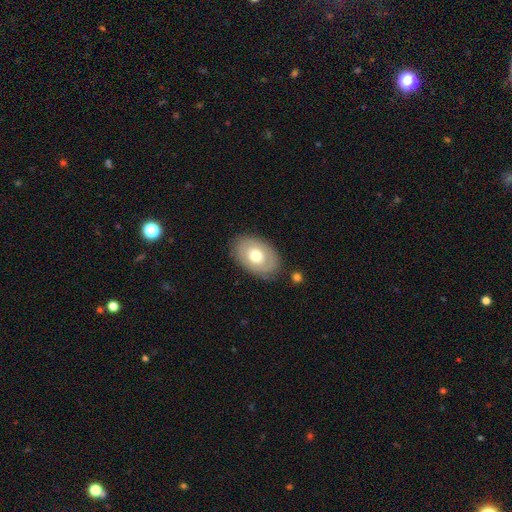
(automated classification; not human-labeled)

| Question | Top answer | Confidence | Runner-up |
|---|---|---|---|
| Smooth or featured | smooth | 58% | featured or disk (36%) |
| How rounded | in between | 83% | round (16%) |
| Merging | none | 82% | minor disturbance (12%) |